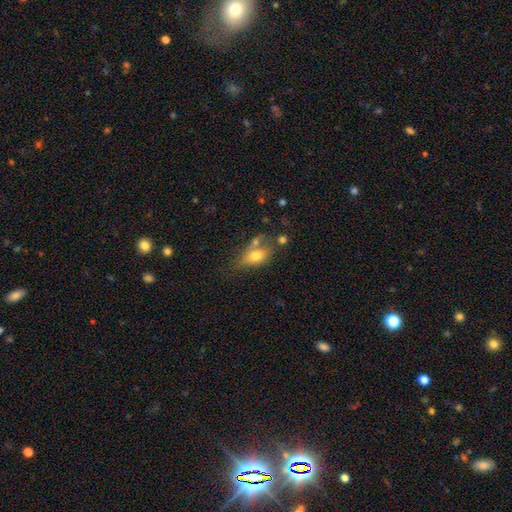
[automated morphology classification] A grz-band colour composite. It shows a smooth galaxy with no disk features (70%) that is in between round and cigar-shaped (81%). Merging: none (45%).